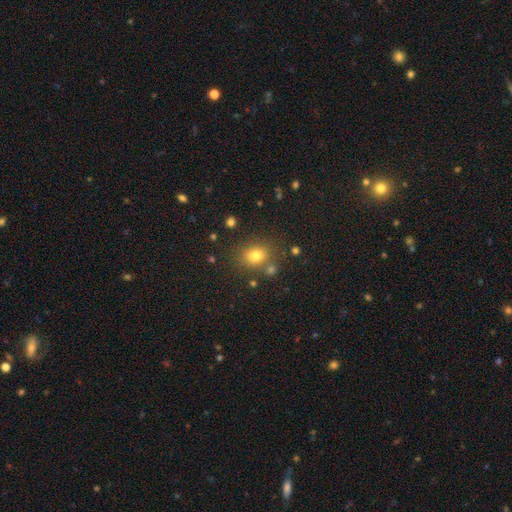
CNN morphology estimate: Smooth or featured? Predicted: smooth (p=0.76). How rounded? Predicted: round (p=0.54). Merging? Predicted: none (p=0.75).